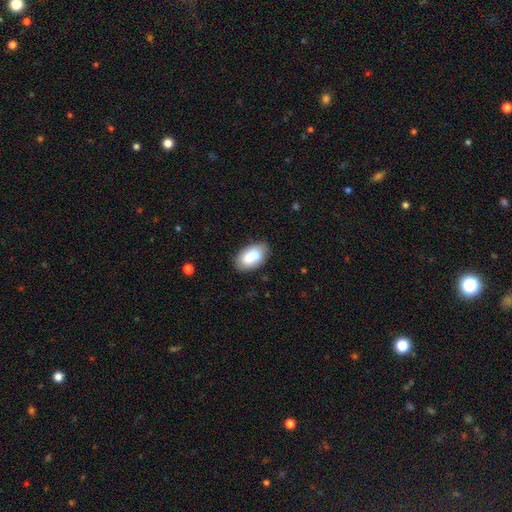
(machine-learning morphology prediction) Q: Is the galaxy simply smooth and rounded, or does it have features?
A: smooth — 79%.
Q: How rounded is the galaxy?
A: in between — 93%.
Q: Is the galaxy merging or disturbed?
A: none — 70%.